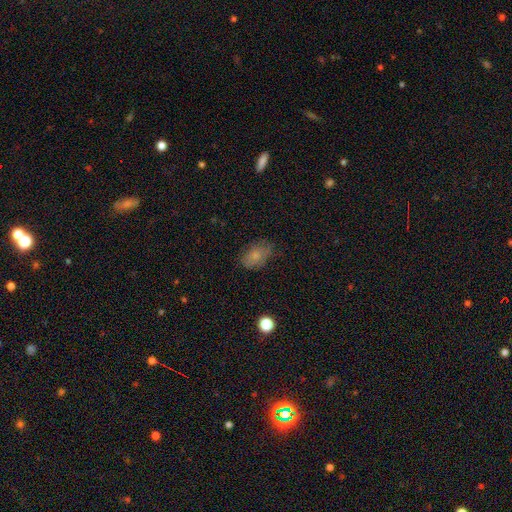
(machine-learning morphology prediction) Smooth or featured? smooth (77%)
How rounded? in between (86%)
Merging? none (71%)